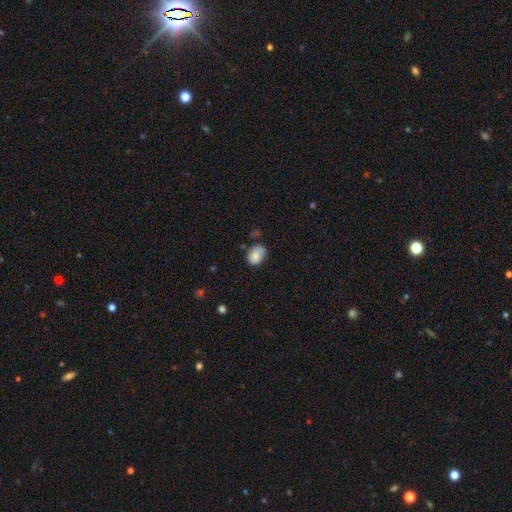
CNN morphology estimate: smooth-or-featured: smooth: 80% | featured or disk: 11% | star or artifact: 8%
  how-rounded: in between: 68% | round: 31% | cigar-shaped: 1%
  merging: none: 53% | minor disturbance: 34% | major disturbance: 9% | merger: 4%